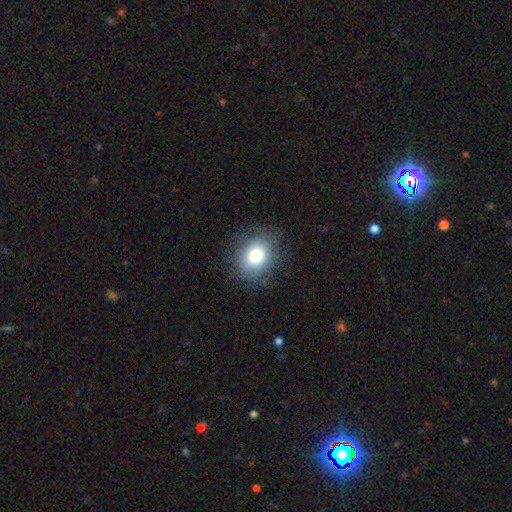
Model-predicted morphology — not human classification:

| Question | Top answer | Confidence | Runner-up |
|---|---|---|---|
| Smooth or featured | smooth | 78% | featured or disk (11%) |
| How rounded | round | 55% | in between (44%) |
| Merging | none | 82% | minor disturbance (12%) |